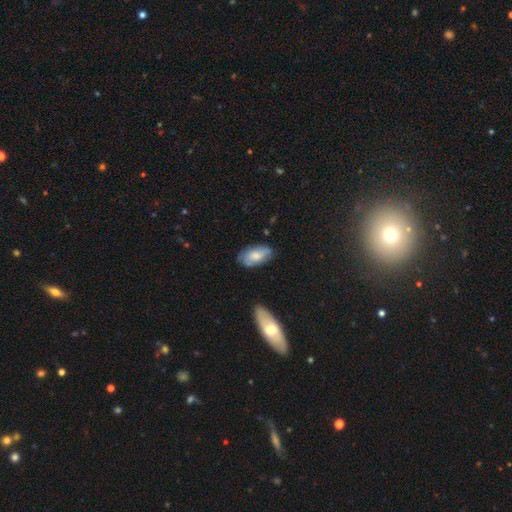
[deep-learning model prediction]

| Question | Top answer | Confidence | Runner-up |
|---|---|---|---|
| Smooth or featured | smooth | 68% | featured or disk (25%) |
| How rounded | in between | 92% | cigar-shaped (4%) |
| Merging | none | 68% | minor disturbance (25%) |